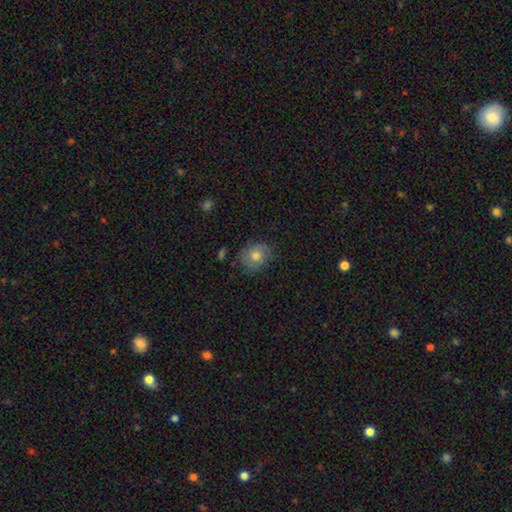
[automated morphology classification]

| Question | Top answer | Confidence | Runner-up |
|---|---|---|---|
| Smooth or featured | smooth | 59% | featured or disk (31%) |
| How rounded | round | 65% | in between (34%) |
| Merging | none | 74% | minor disturbance (19%) |